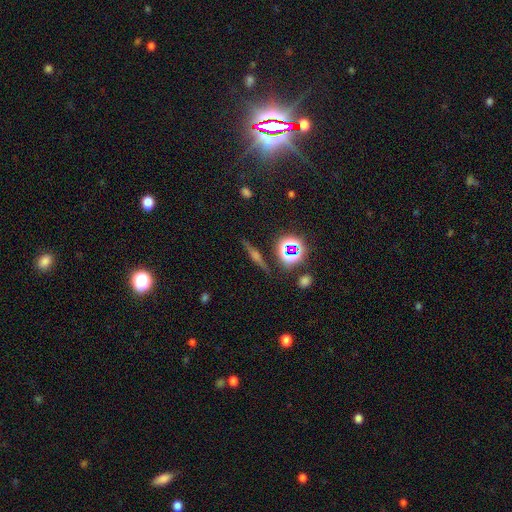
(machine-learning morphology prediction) smooth_or_featured: featured or disk (p=0.53) [alt: star or artifact p=0.28]
disk_edge_on: yes (p=0.93) [alt: no p=0.07]
merging: none (p=0.86) [alt: minor disturbance p=0.08]